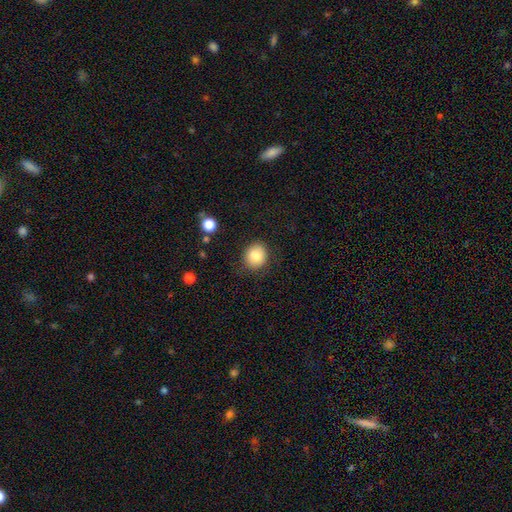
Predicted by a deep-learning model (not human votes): A smooth galaxy with no disk features (85%) that is round (76%). Merging: none (83%).